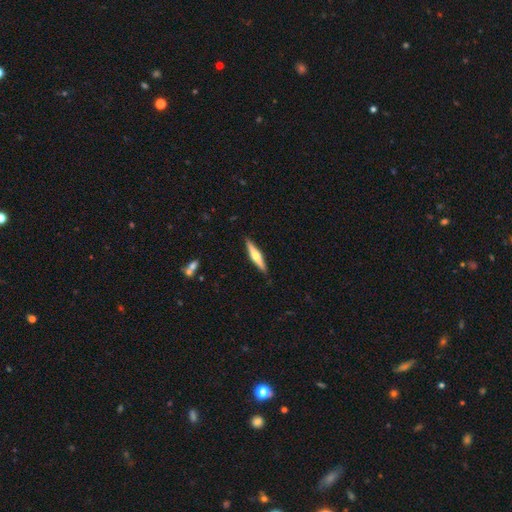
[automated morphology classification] smooth_or_featured: featured or disk (p=0.59) [alt: smooth p=0.36]
disk_edge_on: yes (p=0.97) [alt: no p=0.03]
edge_on_bulge: rounded (p=0.88) [alt: boxy p=0.07]
merging: none (p=0.90) [alt: minor disturbance p=0.07]